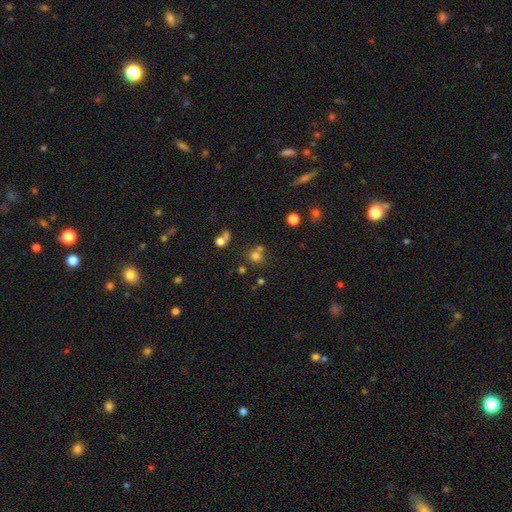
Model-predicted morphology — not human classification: The model was most divided on "merging": none: 60%, merger: 28%, minor disturbance: 8%, major disturbance: 4%. More confident: how rounded — round (87%); smooth or featured — smooth (71%).